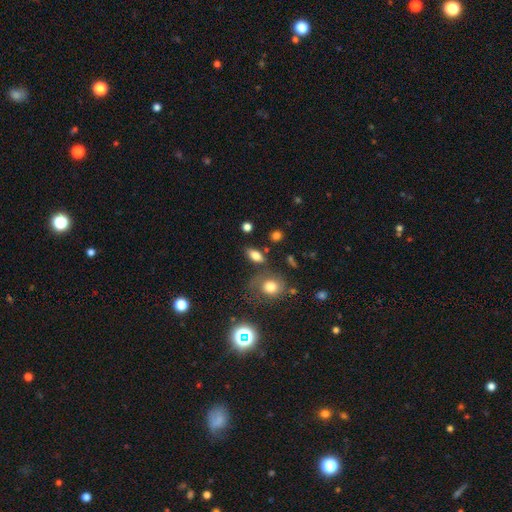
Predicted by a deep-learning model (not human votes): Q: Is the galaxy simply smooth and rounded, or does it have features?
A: smooth — 78%.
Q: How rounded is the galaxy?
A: in between — 83%.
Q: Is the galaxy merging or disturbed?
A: none — 73%.